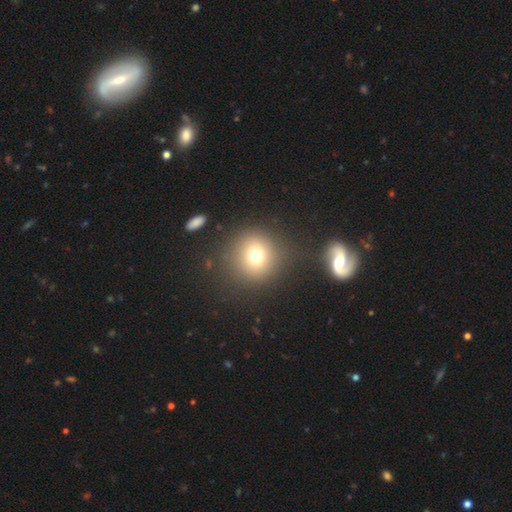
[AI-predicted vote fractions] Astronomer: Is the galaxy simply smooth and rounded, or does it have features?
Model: smooth — 71%.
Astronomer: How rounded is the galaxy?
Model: round — 92%.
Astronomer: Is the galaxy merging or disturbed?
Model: none — 83%.